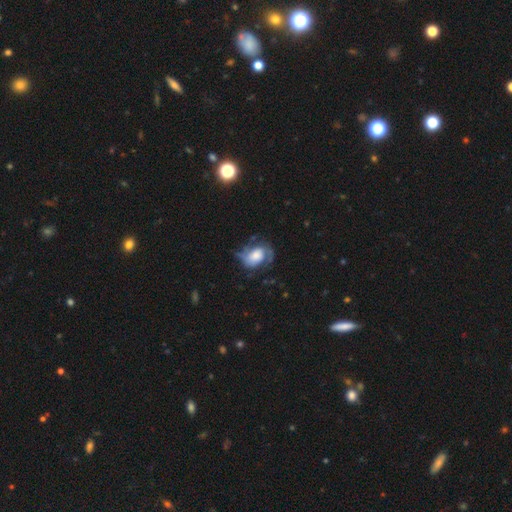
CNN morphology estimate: A featured or disk galaxy (65%) with no bar (69%), 2 (77%) medium (44%) spiral arms (87%) and a large central bulge (42%).

Vote fractions:
- Smooth or featured? featured or disk: 65% / smooth: 28% / star or artifact: 7%
- Edge-on disk? no: 97% / yes: 3%
- Bar? no: 69% / weak: 25% / strong: 6%
- Spiral arms? yes: 87% / no: 13%
- Spiral winding? medium: 44% / loose: 32% / tight: 24%
- Spiral arm count? 2: 77% / can't tell: 10% / 1: 6% / 3: 4% / 4: 2% / more than 4: 2%
- Bulge size? large: 42% / moderate: 28% / small: 14% / dominant: 9% / none: 7%
- Merging? none: 53% / minor disturbance: 25% / major disturbance: 20% / merger: 2%